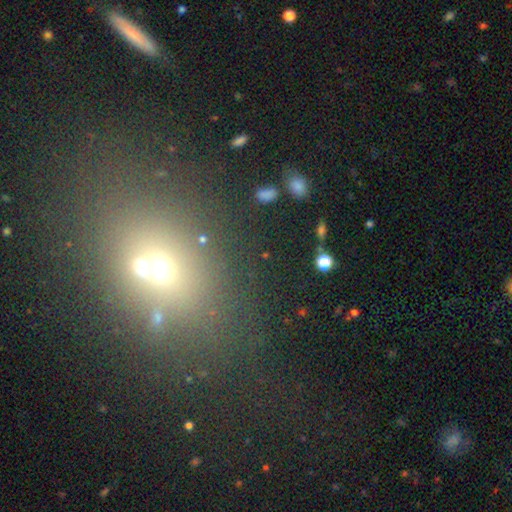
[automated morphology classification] smooth_or_featured: smooth (p=0.45) [alt: star or artifact p=0.37]
merging: none (p=0.58) [alt: merger p=0.24]